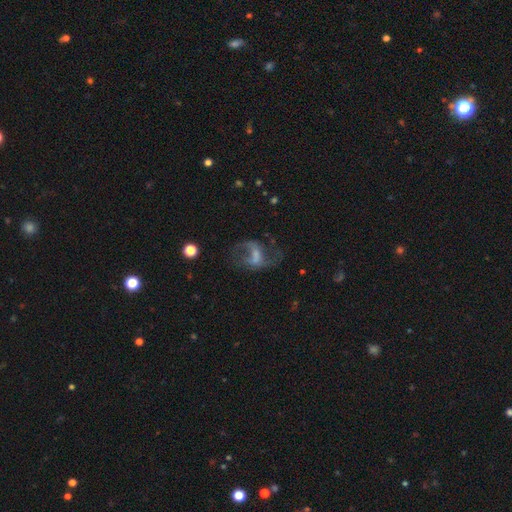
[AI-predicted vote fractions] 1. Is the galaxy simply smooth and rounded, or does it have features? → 67% featured or disk, 19% smooth, 14% star or artifact.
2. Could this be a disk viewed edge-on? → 96% no, 4% yes.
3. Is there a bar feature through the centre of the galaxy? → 46% weak, 32% no, 21% strong.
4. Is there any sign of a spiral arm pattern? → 77% yes, 23% no.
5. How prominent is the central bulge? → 36% none, 33% small, 24% moderate, 6% large, 1% dominant.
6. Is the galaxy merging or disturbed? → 48% none, 31% major disturbance, 17% minor disturbance, 4% merger.